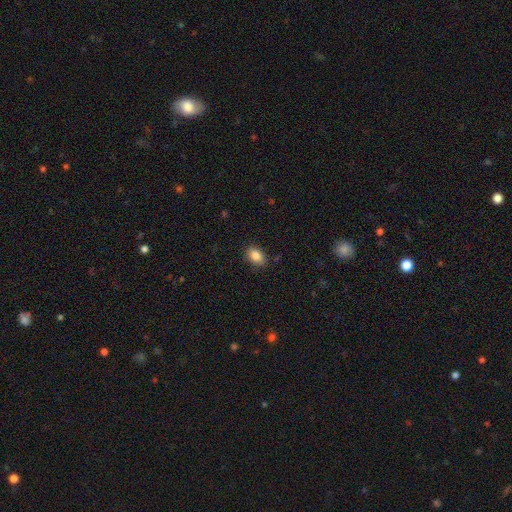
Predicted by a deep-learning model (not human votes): Smooth or featured?
  - smooth: 85% *
  - star or artifact: 9%
  - featured or disk: 6%
How rounded?
  - in between: 80% *
  - round: 19%
  - cigar-shaped: 1%
Merging?
  - none: 86% *
  - minor disturbance: 11%
  - major disturbance: 2%
  - merger: 1%